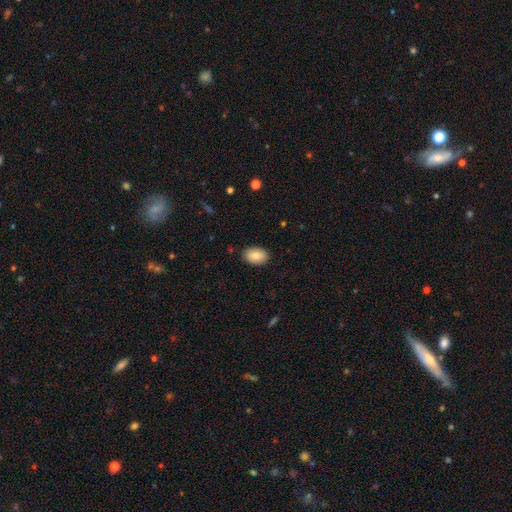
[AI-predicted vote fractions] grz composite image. It shows a smooth galaxy with no disk features (86%) that is in between round and cigar-shaped (87%). Merging: none (87%).